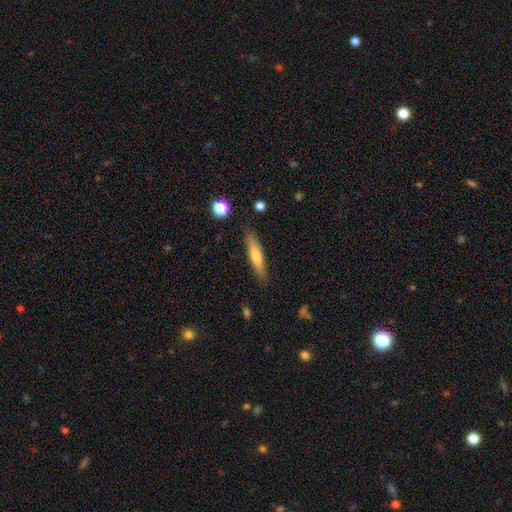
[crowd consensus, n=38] A smooth galaxy with no disk features (71%) that is cigar-shaped (100%). Merging: none (94%).